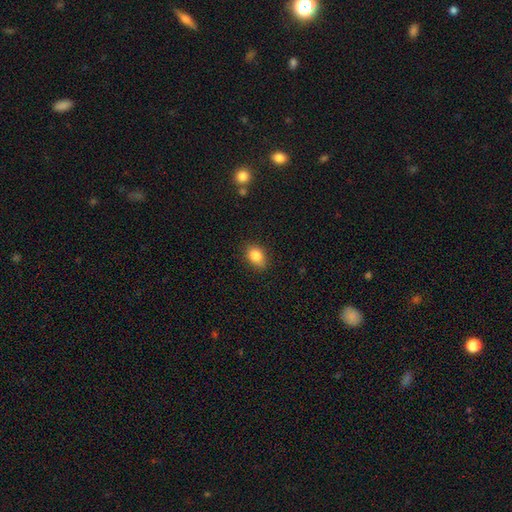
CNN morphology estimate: type=smooth (83%); roundness=in between (67%); merging=none (81%).